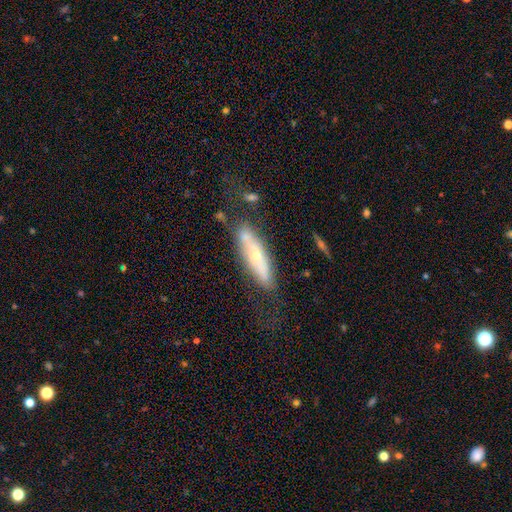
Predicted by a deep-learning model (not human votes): The model was most divided on "edge-on disk": no: 52%, yes: 48%. More confident: merging — none (64%); smooth or featured — featured or disk (54%).